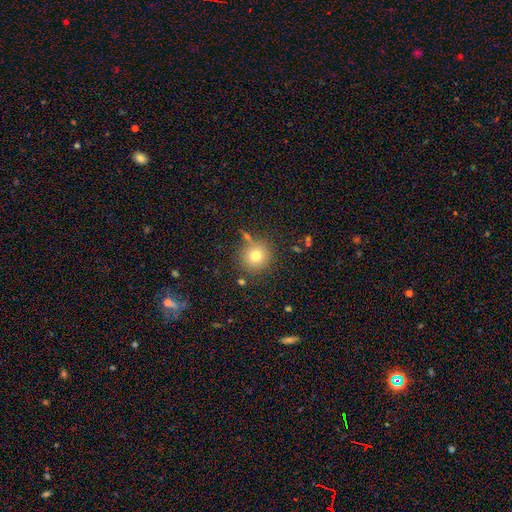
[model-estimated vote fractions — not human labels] Smooth or featured? smooth (75%)
How rounded? round (93%)
Merging? none (78%)